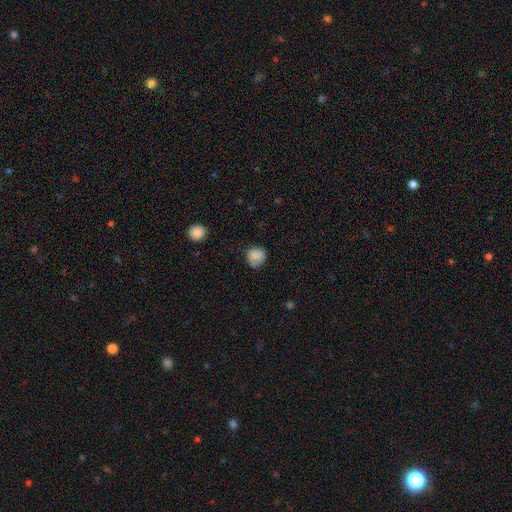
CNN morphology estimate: This appears to be a smooth galaxy with no disk features (84%) that is round (85%). Merging: none (74%).